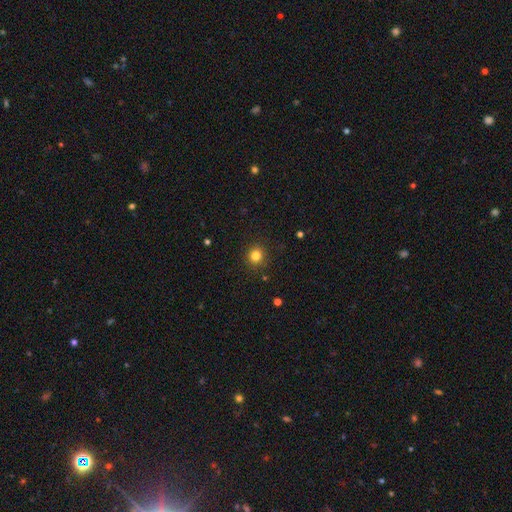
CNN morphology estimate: Smooth or featured? smooth (82%)
How rounded? round (90%)
Merging? none (90%)